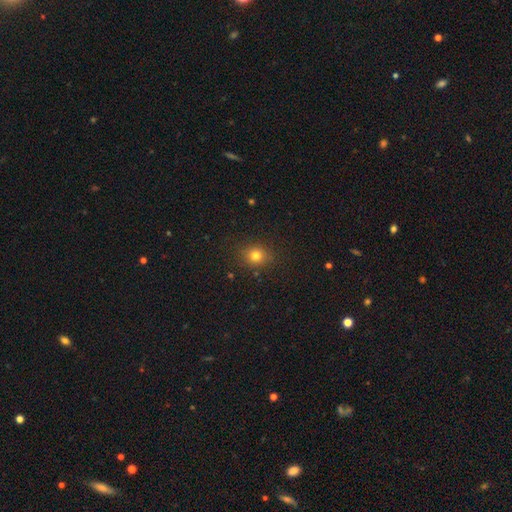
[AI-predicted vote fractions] Morphology: type=smooth (78%); roundness=round (75%); merging=none (86%).